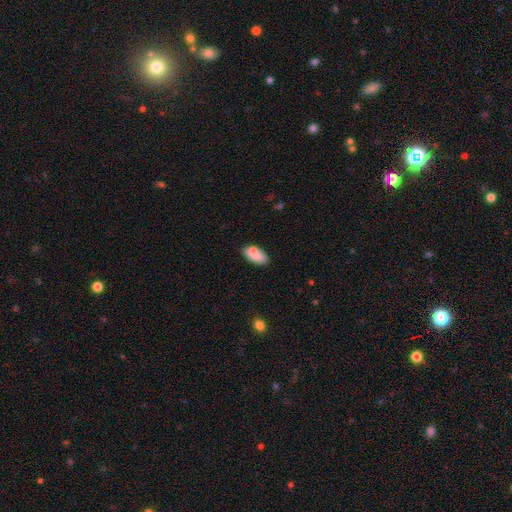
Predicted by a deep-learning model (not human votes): Q: Smooth or featured?
A: smooth (83%); runner-up: featured or disk (10%)
Q: How rounded?
A: in between (91%); runner-up: cigar-shaped (6%)
Q: Merging?
A: none (68%); runner-up: minor disturbance (17%)